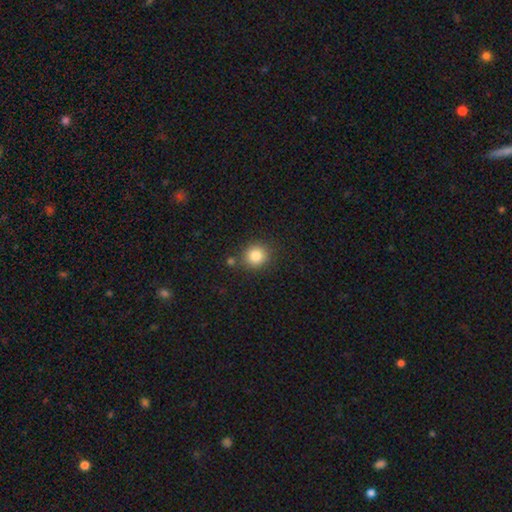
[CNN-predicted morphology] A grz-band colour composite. It shows a smooth galaxy with no disk features (84%) that is round (89%). Merging: none (81%).